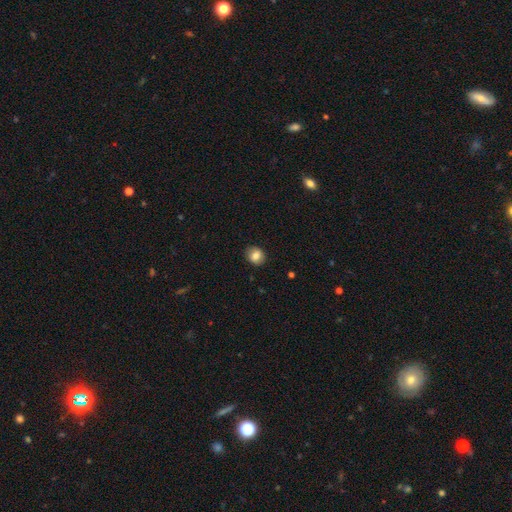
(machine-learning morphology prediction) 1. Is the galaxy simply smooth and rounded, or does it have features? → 83% smooth, 9% star or artifact, 8% featured or disk.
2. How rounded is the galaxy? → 73% round, 26% in between, 1% cigar-shaped.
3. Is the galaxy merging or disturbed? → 89% none, 8% minor disturbance, 2% major disturbance, 1% merger.